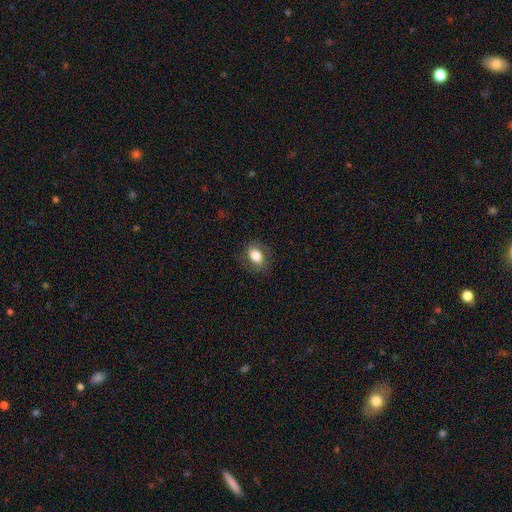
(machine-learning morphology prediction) The model was most divided on "how rounded": in between: 73%, round: 25%, cigar-shaped: 2%. More confident: merging — none (80%); smooth or featured — smooth (78%).